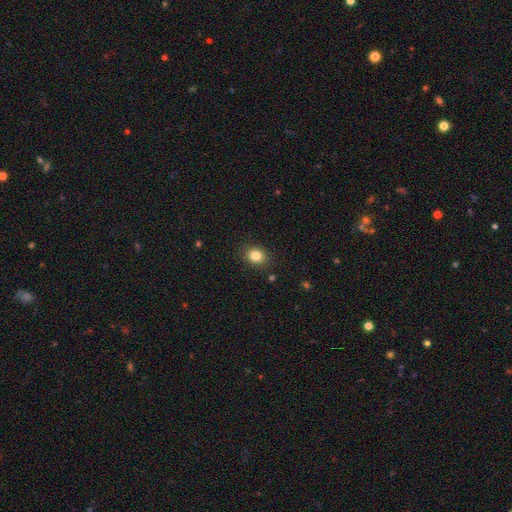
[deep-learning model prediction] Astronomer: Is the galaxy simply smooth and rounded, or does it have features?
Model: smooth — 83%.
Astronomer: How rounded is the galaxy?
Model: round — 60% (runner-up: in between, 39%).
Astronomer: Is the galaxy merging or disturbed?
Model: none — 88%.